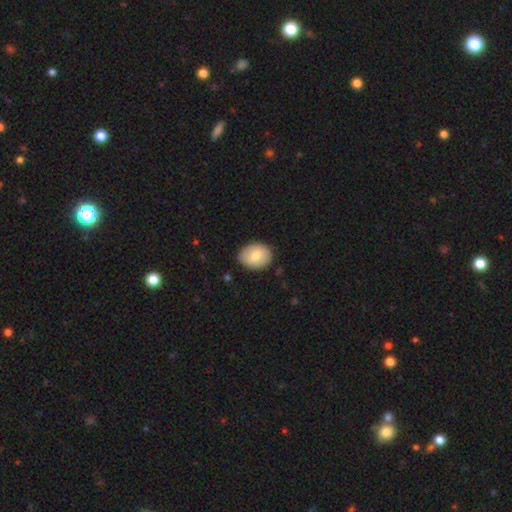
A smooth galaxy with no disk features (74%) that is round (66%). Merging: none (61%).